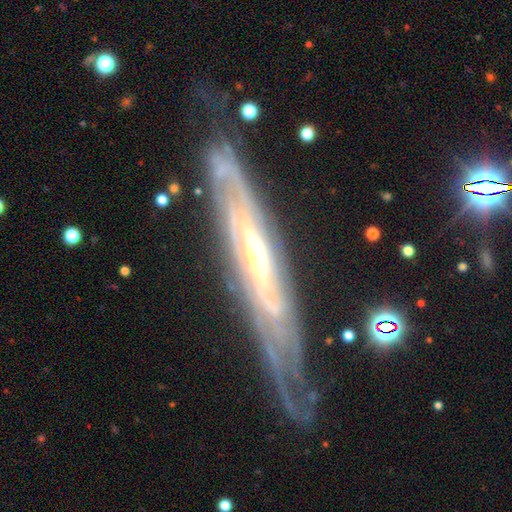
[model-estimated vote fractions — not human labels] smooth-or-featured: featured or disk: 85% | smooth: 9% | star or artifact: 6%
  disk-edge-on: no: 51% | yes: 49%
  merging: none: 70% | minor disturbance: 19% | major disturbance: 9% | merger: 2%